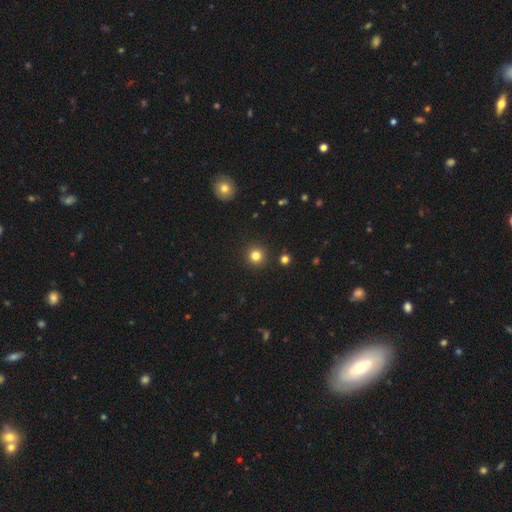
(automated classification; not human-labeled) This is clearly a smooth galaxy (81%). How rounded: clearly round (95%). Merging: clearly none (92%).